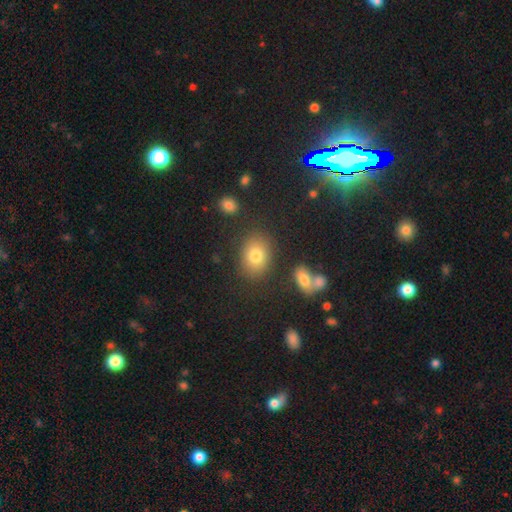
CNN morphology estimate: Smooth or featured?
  - smooth: 77% *
  - star or artifact: 12%
  - featured or disk: 11%
How rounded?
  - in between: 62% *
  - round: 37%
  - cigar-shaped: 1%
Merging?
  - none: 82% *
  - minor disturbance: 10%
  - merger: 4%
  - major disturbance: 4%